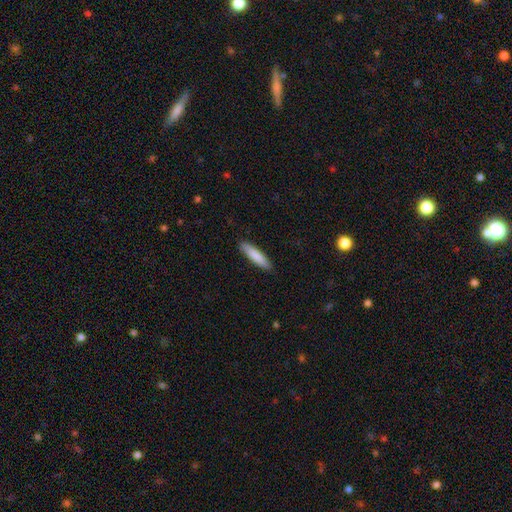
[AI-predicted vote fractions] Overall: smooth (85%). How rounded: cigar-shaped (79%). Merging: none (89%).